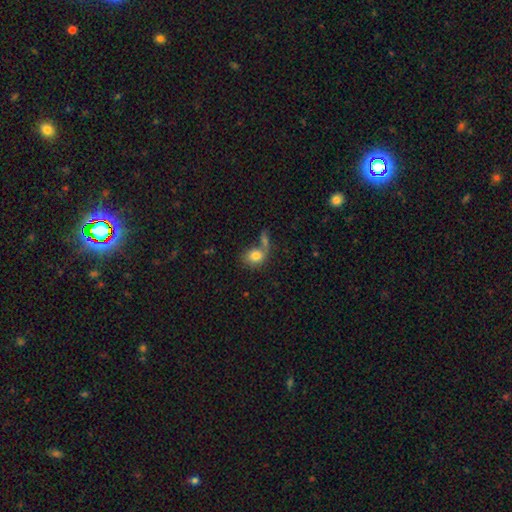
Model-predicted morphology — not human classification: type=smooth (79%); roundness=round (52%); merging=merger (40%).